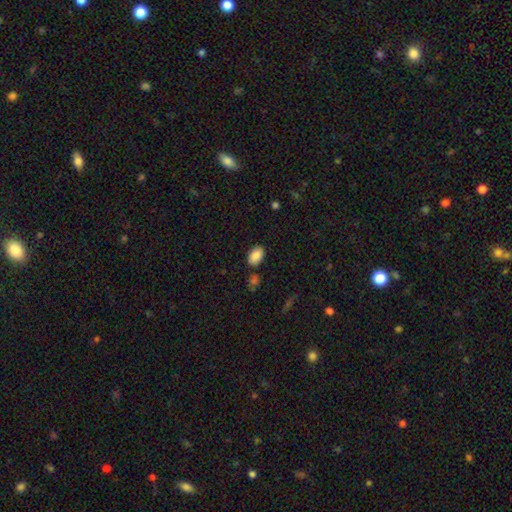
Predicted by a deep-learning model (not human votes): This is clearly a smooth galaxy (88%). How rounded: clearly in between (90%). Merging: clearly none (81%).